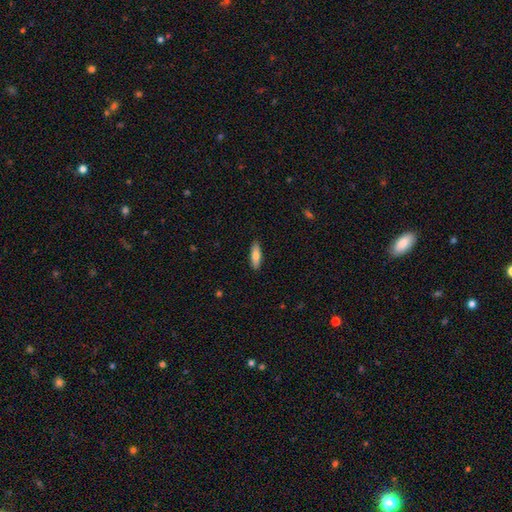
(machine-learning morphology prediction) smooth 77%, featured or disk 18%, star or artifact 6%. Down the decision tree: how rounded — cigar-shaped (49%, tied with in between); merging — none (90%).